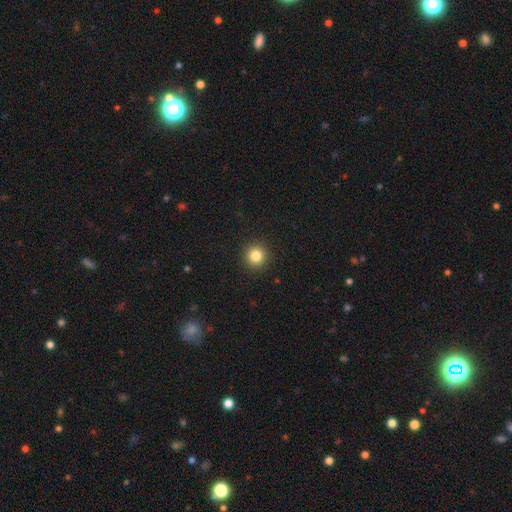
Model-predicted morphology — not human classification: Overall: smooth (83%). How rounded: round (95%). Merging: none (93%).